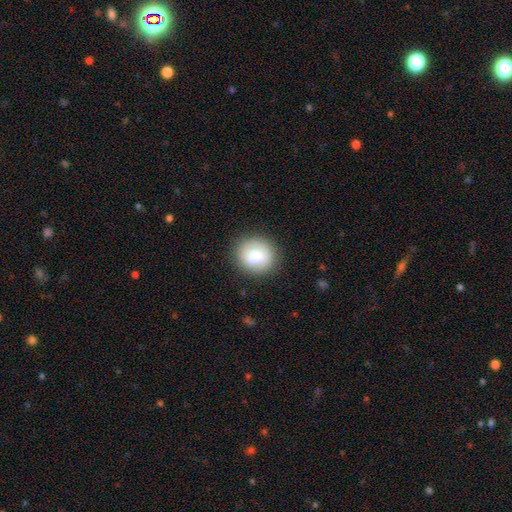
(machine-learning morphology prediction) Overall: smooth (77%). How rounded: round (81%). Merging: none (84%).